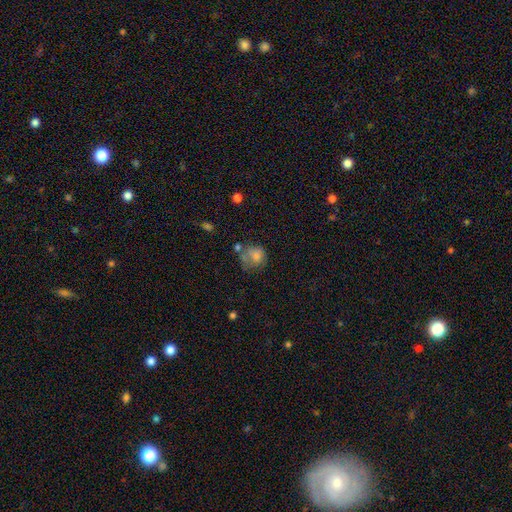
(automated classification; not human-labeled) Smooth or featured? smooth (70%)
How rounded? round (69%)
Merging? none (38%)